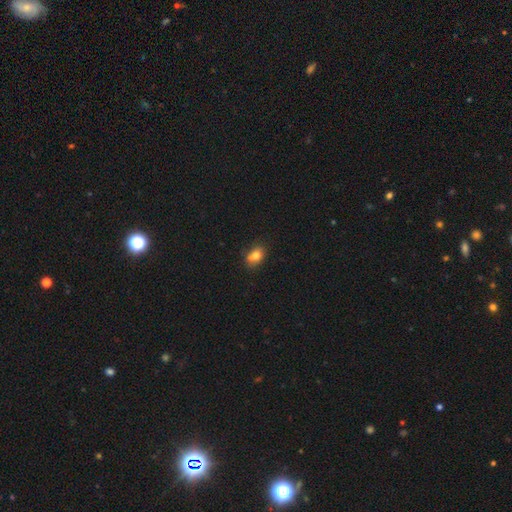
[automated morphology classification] A smooth galaxy with no disk features (76%) that is in between round and cigar-shaped (66%).

Vote fractions:
- Smooth or featured? smooth: 76% / featured or disk: 13% / star or artifact: 11%
- How rounded? in between: 66% / round: 32% / cigar-shaped: 2%
- Merging? none: 58% / minor disturbance: 23% / merger: 13% / major disturbance: 5%